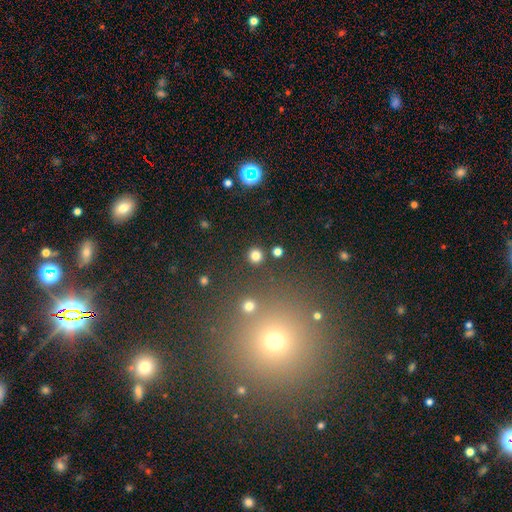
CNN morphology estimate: type=smooth (81%); roundness=round (95%); merging=none (91%).